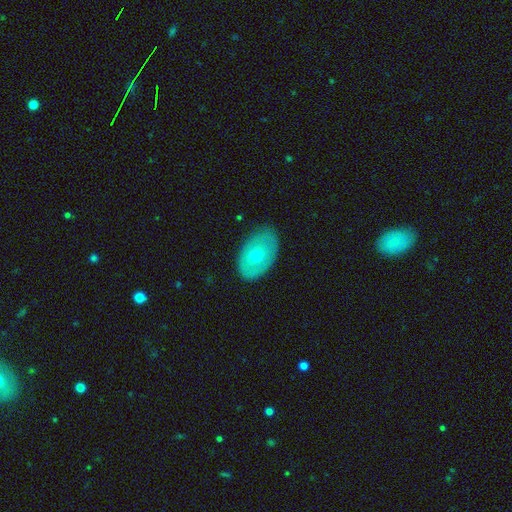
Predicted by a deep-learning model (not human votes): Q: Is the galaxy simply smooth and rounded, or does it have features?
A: smooth — 53%.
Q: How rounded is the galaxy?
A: in between — 87%.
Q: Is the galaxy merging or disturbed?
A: none — 81%.